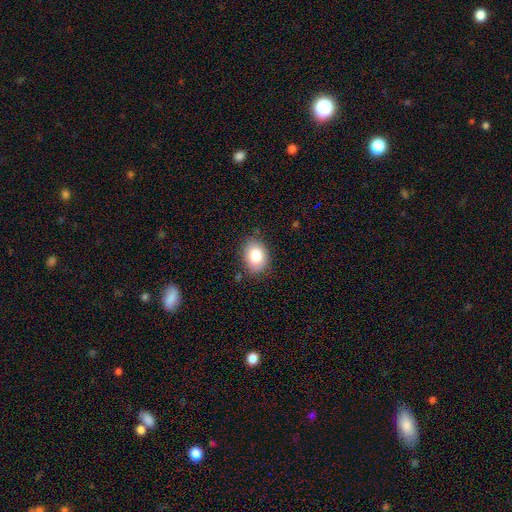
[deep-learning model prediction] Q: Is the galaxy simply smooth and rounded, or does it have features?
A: smooth — 85%.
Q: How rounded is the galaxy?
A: in between — 74%.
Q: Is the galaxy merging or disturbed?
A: none — 81%.